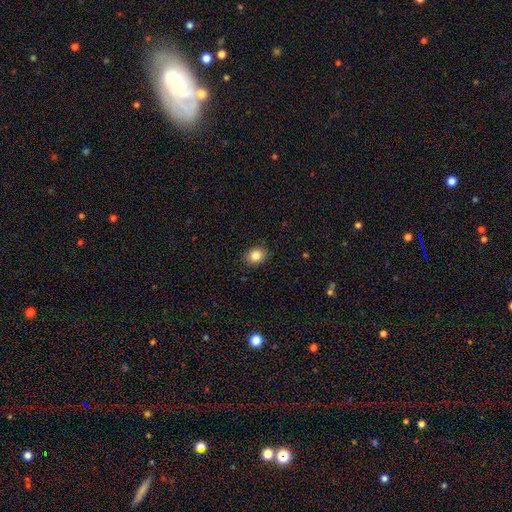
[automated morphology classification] A smooth galaxy with no disk features (84%) that is round (54%). Merging: none (88%).